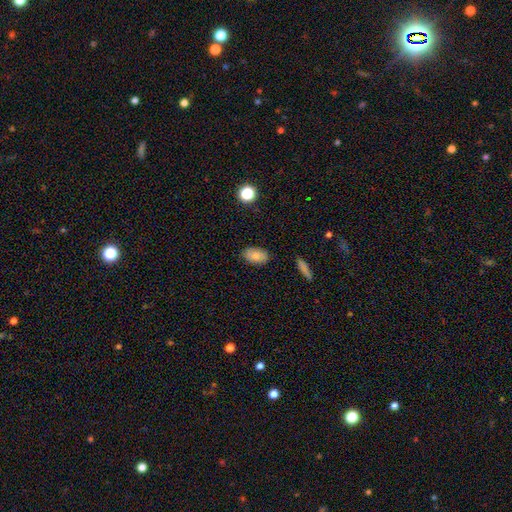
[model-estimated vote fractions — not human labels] This is likely a smooth galaxy (80%). How rounded: clearly in between (91%). Merging: clearly none (84%).